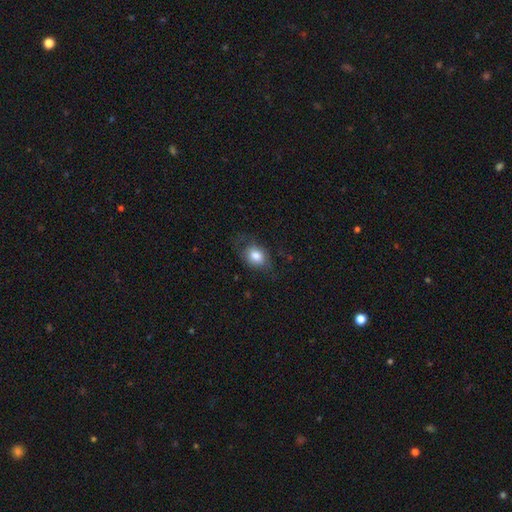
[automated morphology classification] smooth 75%, featured or disk 17%, star or artifact 8%. Down the decision tree: how rounded — in between (69%); merging — none (59%).